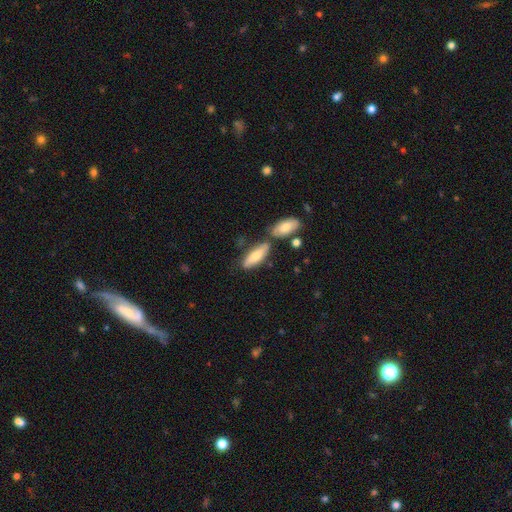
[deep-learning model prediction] Overall: smooth (67%). How rounded: in between (56%; cigar-shaped 42%). Merging: none (64%).